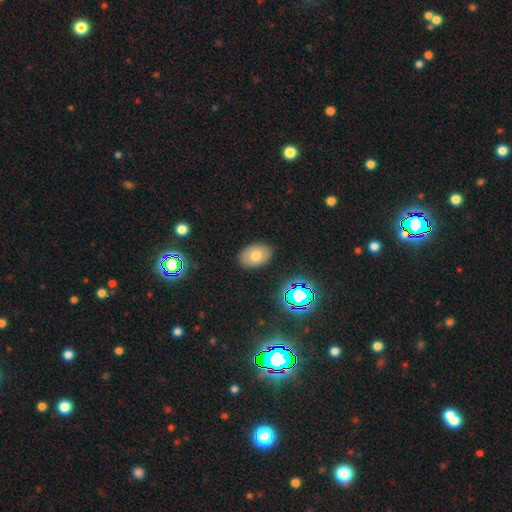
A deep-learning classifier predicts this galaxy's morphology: Overall: smooth (68%). How rounded: in between (83%). Merging: none (86%).